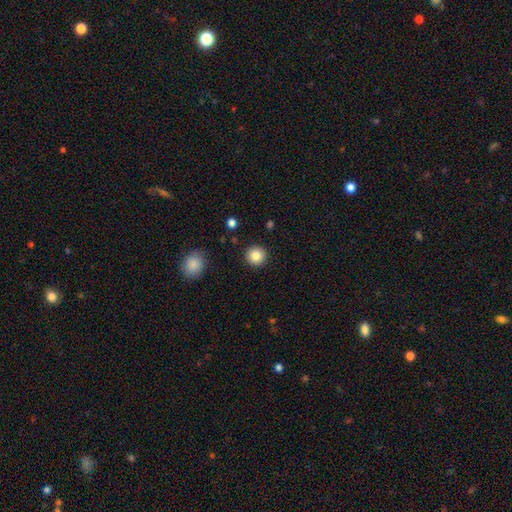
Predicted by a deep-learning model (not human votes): Smooth or featured? Predicted: smooth (p=0.85). How rounded? Predicted: round (p=0.94). Merging? Predicted: none (p=0.91).